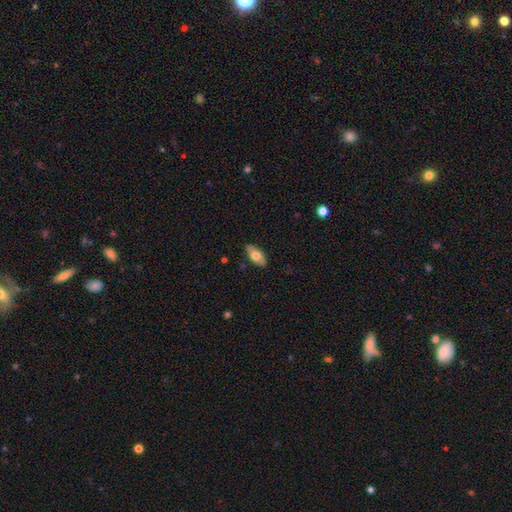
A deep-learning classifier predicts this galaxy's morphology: Smooth or featured?
  - smooth: 65% *
  - featured or disk: 29%
  - star or artifact: 6%
How rounded?
  - in between: 90% *
  - cigar-shaped: 7%
  - round: 3%
Merging?
  - none: 85% *
  - minor disturbance: 12%
  - major disturbance: 2%
  - merger: 1%